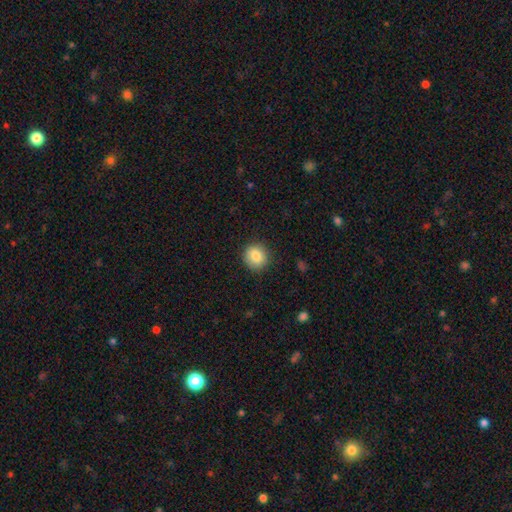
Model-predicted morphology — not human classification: The model was most divided on "how rounded": round: 85%, in between: 14%, cigar-shaped: 1%. More confident: merging — none (88%); smooth or featured — smooth (85%).